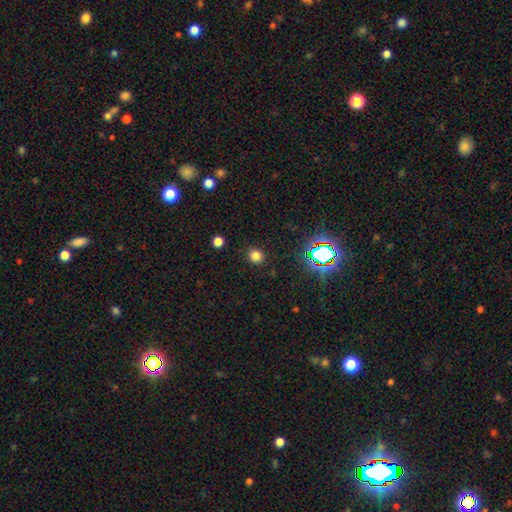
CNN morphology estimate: This is likely a smooth galaxy (77%). How rounded: clearly round (83%). Merging: clearly none (88%).